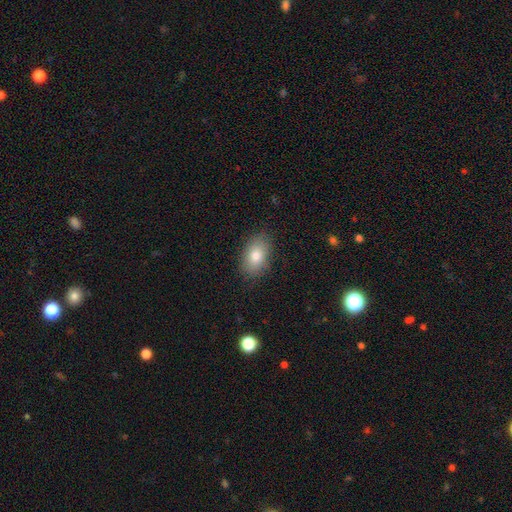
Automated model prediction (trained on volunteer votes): Morphology: type=smooth (80%); roundness=in between (89%); merging=none (85%).